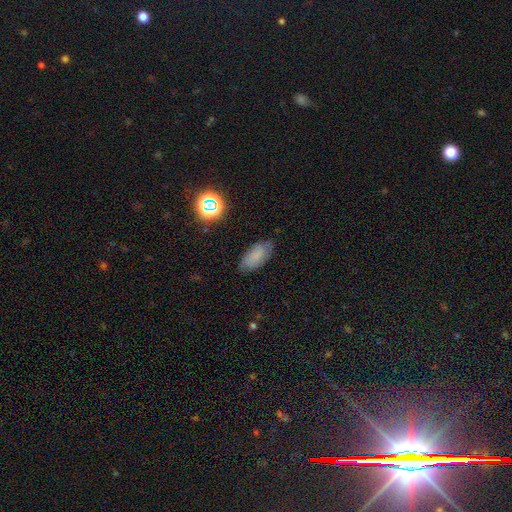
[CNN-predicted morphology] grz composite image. It shows a smooth galaxy with no disk features (71%) that is in between round and cigar-shaped (90%). Merging: none (77%).